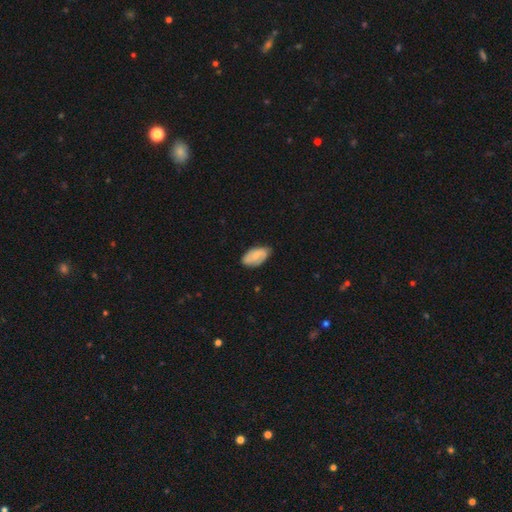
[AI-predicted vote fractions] smooth 57%, featured or disk 37%, star or artifact 7%. Down the decision tree: how rounded — in between (93%); merging — none (73%).